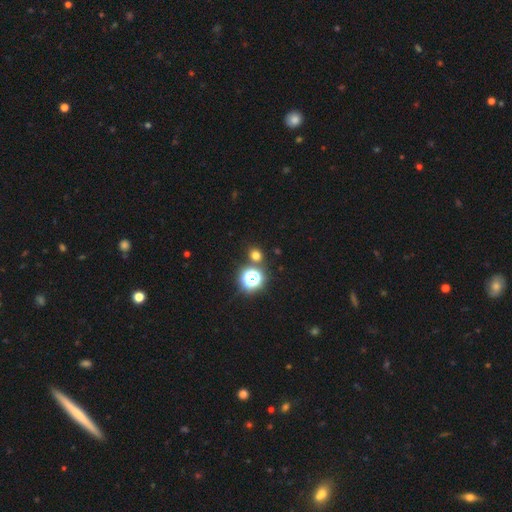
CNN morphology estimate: The model was most divided on "smooth or featured": smooth: 65%, star or artifact: 29%, featured or disk: 6%. More confident: how rounded — round (81%); merging — none (81%).